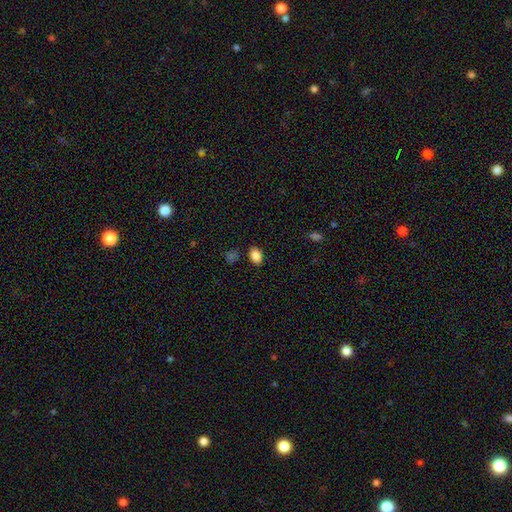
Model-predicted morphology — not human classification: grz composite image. It shows a smooth galaxy with no disk features (87%) that is in between round and cigar-shaped (78%). Merging: none (82%).